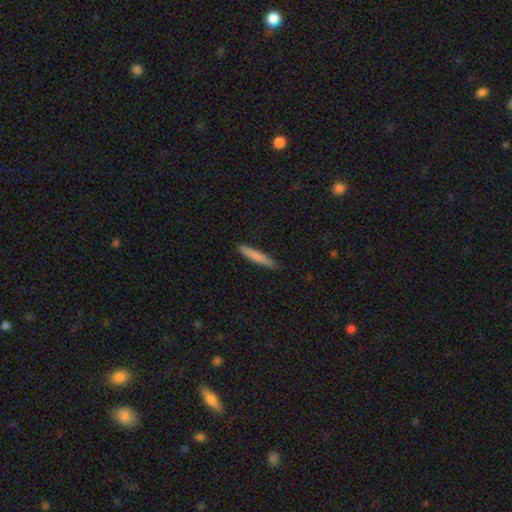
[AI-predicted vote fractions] smooth_or_featured: smooth (p=0.79) [alt: featured or disk p=0.15]
how_rounded: cigar-shaped (p=0.94) [alt: in between p=0.05]
merging: none (p=0.88) [alt: minor disturbance p=0.09]